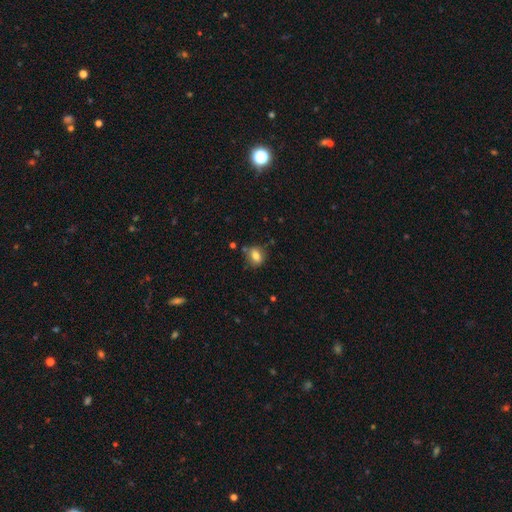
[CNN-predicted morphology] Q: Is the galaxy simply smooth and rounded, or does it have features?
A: smooth — 76%.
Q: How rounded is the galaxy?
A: in between — 59%.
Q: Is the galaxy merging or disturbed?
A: none — 73%.